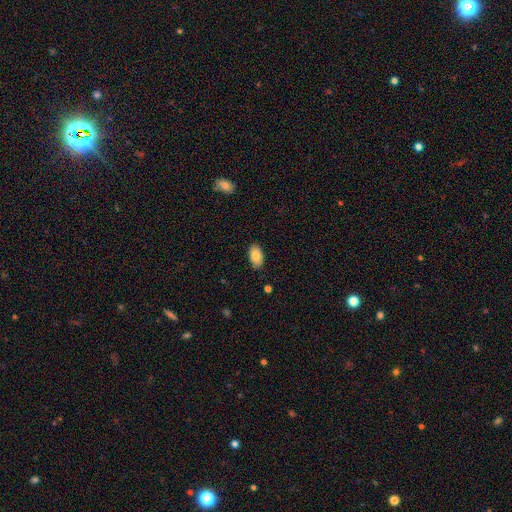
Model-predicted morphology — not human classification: The model was most divided on "smooth or featured": smooth: 83%, featured or disk: 10%, star or artifact: 7%. More confident: how rounded — in between (94%); merging — none (86%).